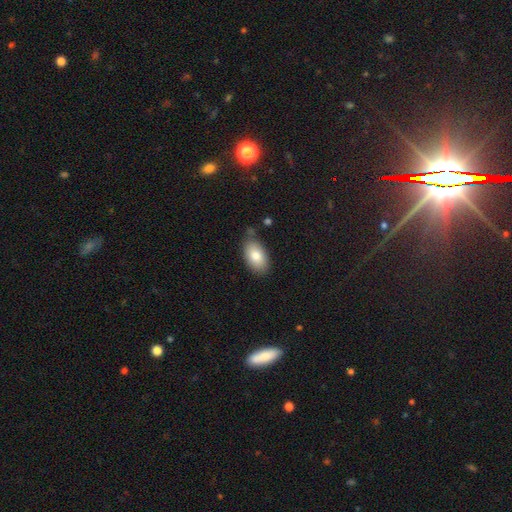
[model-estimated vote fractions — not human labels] This is clearly a smooth galaxy (81%). How rounded: clearly in between (92%). Merging: likely none (74%).